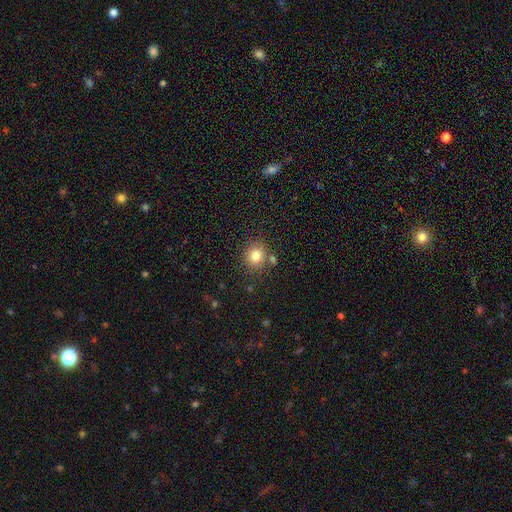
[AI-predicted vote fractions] Smooth or featured?
  - smooth: 80% *
  - star or artifact: 12%
  - featured or disk: 8%
How rounded?
  - round: 84% *
  - in between: 15%
  - cigar-shaped: 1%
Merging?
  - none: 77% *
  - minor disturbance: 10%
  - merger: 10%
  - major disturbance: 3%